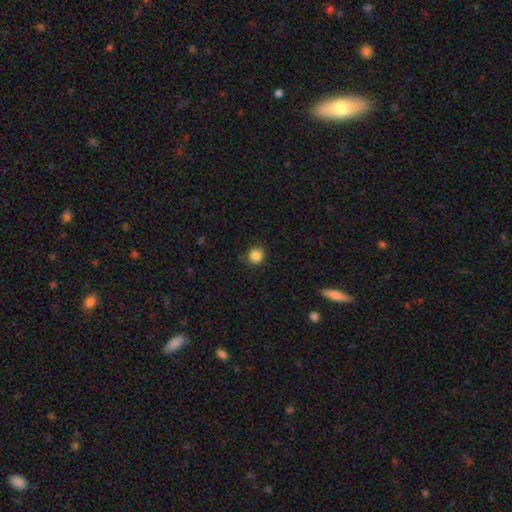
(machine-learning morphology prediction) Overall: smooth (85%). How rounded: round (94%). Merging: none (87%).